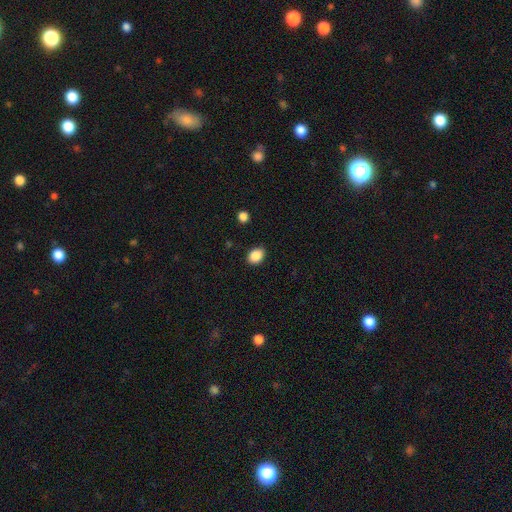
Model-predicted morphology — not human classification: Q: Smooth or featured?
A: smooth (88%); runner-up: star or artifact (9%)
Q: How rounded?
A: in between (59%); runner-up: round (40%)
Q: Merging?
A: none (86%); runner-up: minor disturbance (10%)